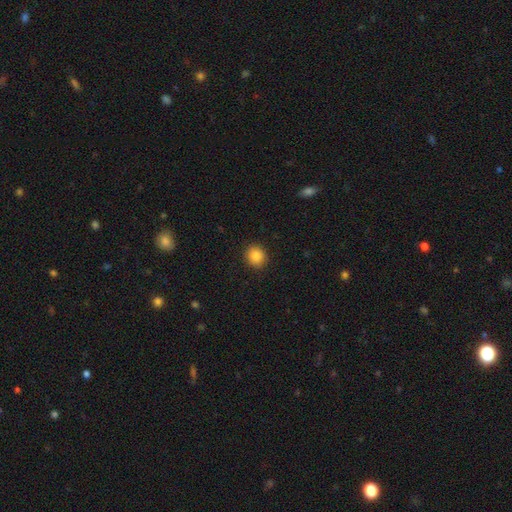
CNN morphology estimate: This appears to be a smooth galaxy with no disk features (86%) that is round (81%). Merging: none (90%).